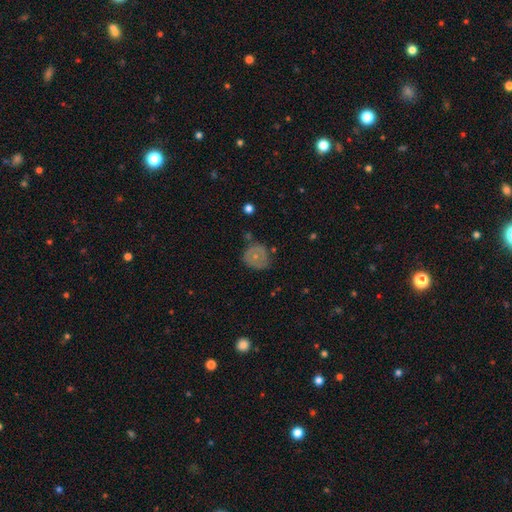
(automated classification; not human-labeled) The model was most divided on "smooth or featured": smooth: 52%, featured or disk: 39%, star or artifact: 9%. More confident: how rounded — round (82%); merging — none (65%).